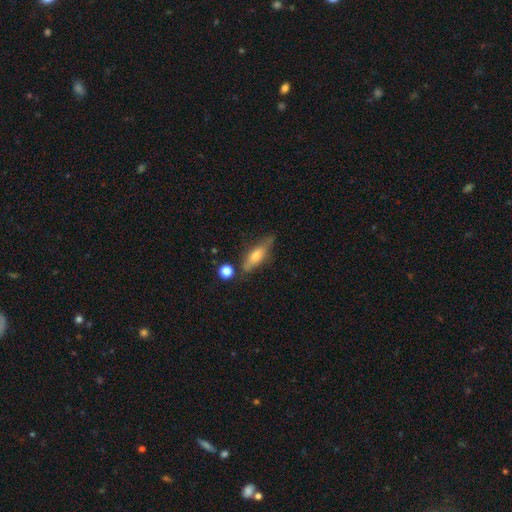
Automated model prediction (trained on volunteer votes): smooth_or_featured: smooth (p=0.51) [alt: featured or disk p=0.40]
how_rounded: cigar-shaped (p=0.52) [alt: in between p=0.45]
merging: none (p=0.66) [alt: minor disturbance p=0.20]